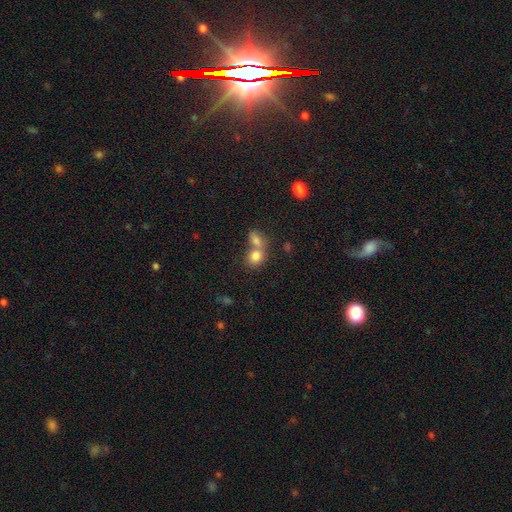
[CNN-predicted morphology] smooth 81%, star or artifact 10%, featured or disk 9%. Down the decision tree: how rounded — round (54%); merging — merger (58%).